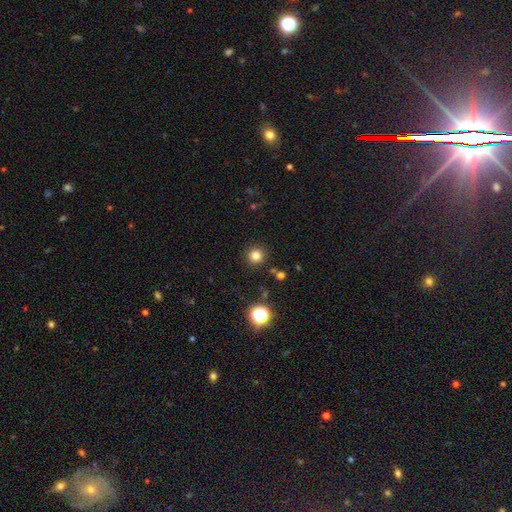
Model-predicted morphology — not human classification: Smooth or featured? Predicted: smooth (p=0.80). How rounded? Predicted: round (p=0.95). Merging? Predicted: none (p=0.90).